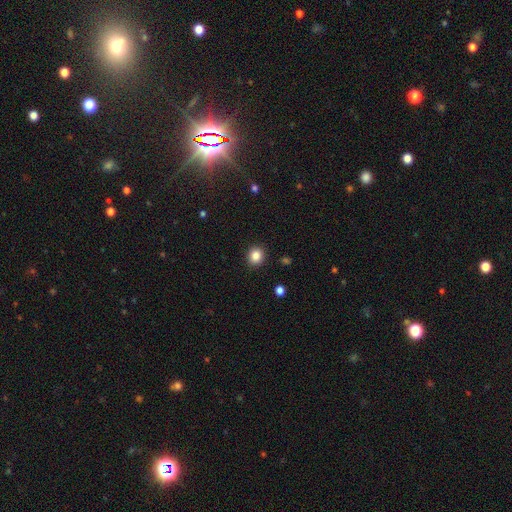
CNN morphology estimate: Overall: smooth (85%). How rounded: round (83%). Merging: none (91%).